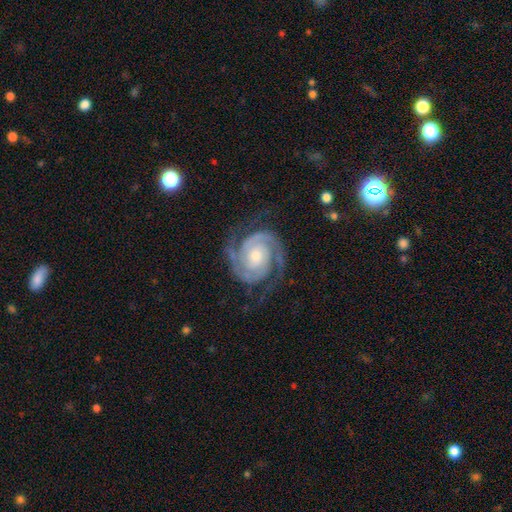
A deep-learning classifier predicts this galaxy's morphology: smooth-or-featured: featured or disk: 93% | star or artifact: 4% | smooth: 3%
  disk-edge-on: no: 98% | yes: 2%
    bar: no: 67% | weak: 24% | strong: 9%
    has-spiral-arms: yes: 99% | no: 1%
      spiral-winding: tight: 64% | medium: 31% | loose: 4%
      spiral-arm-count: 2: 90% | 3: 4% | can't tell: 2% | 4: 1% | 1: 1% | more than 4: 1%
    bulge-size: moderate: 53% | small: 39% | large: 5% | none: 2% | dominant: 1%
  merging: none: 80% | minor disturbance: 14% | major disturbance: 5% | merger: 1%